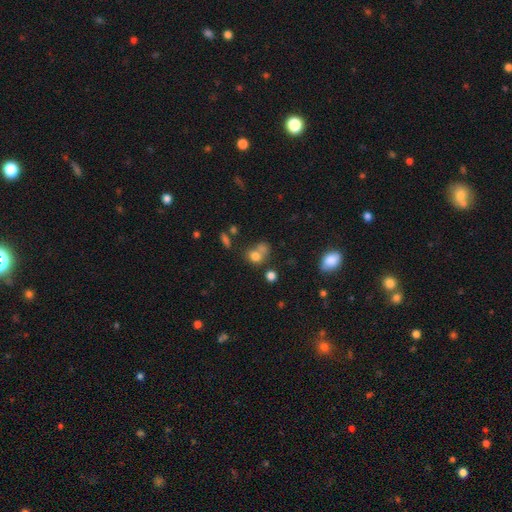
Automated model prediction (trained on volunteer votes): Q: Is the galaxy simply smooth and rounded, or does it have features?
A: smooth — 74%.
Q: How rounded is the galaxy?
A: round — 59%.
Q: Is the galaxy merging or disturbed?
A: merger — 39%, tied with none.